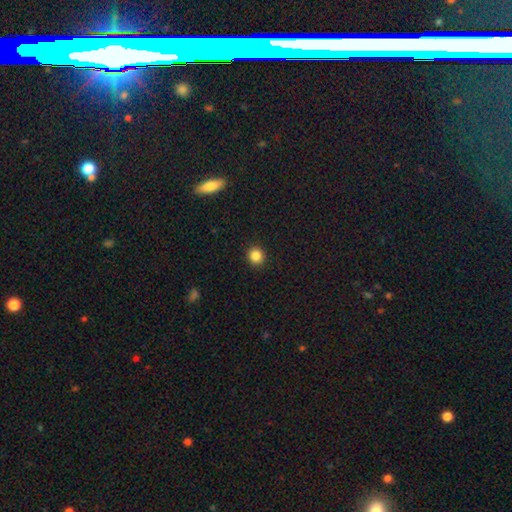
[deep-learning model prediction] Smooth or featured? smooth (86%)
How rounded? round (88%)
Merging? none (92%)